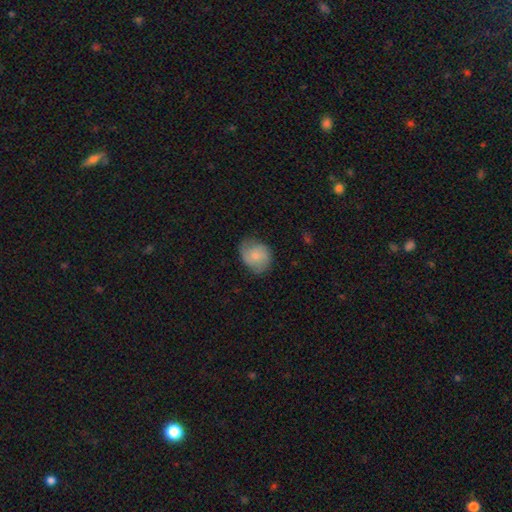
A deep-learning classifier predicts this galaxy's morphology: Overall: smooth (70%). How rounded: round (65%; in between 34%). Merging: none (61%; minor disturbance 30%).